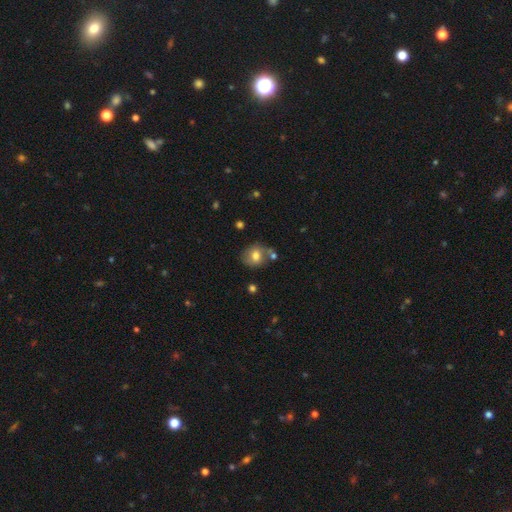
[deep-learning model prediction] This is likely a smooth galaxy (68%). How rounded: likely round (69%). Merging: likely none (65%).